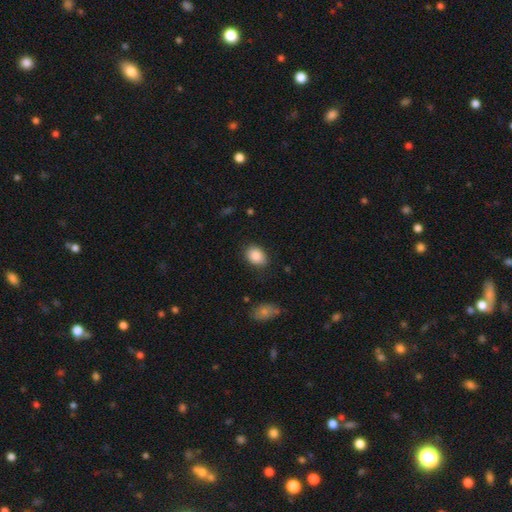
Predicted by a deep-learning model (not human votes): Smooth or featured: smooth — 87% (star or artifact — 8%)
How rounded: in between — 74% (round — 25%)
Merging: none — 81% (minor disturbance — 14%)